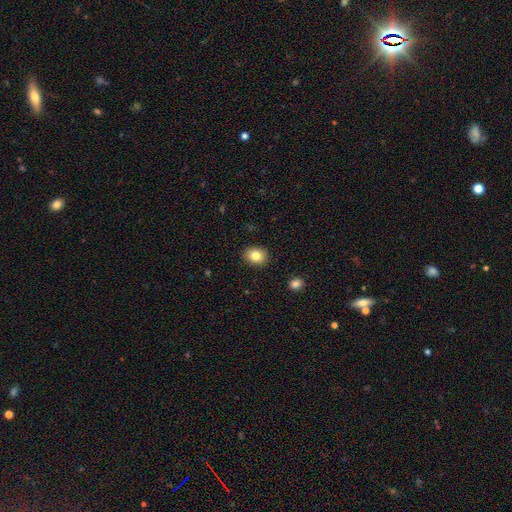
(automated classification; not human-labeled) A smooth galaxy with no disk features (83%) that is round (54%).

Vote fractions:
- Smooth or featured? smooth: 83% / star or artifact: 9% / featured or disk: 8%
- How rounded? round: 54% / in between: 46% / cigar-shaped: 1%
- Merging? none: 90% / minor disturbance: 7% / major disturbance: 2% / merger: 1%